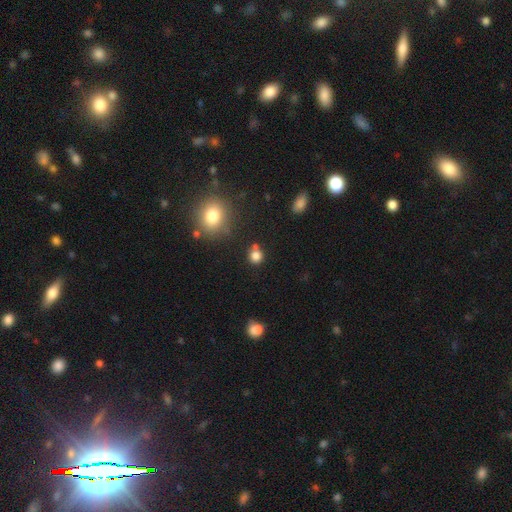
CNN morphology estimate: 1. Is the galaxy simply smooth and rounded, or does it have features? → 80% smooth, 14% star or artifact, 6% featured or disk.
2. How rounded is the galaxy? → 84% round, 14% in between, 1% cigar-shaped.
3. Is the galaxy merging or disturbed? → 68% none, 16% merger, 12% minor disturbance, 4% major disturbance.